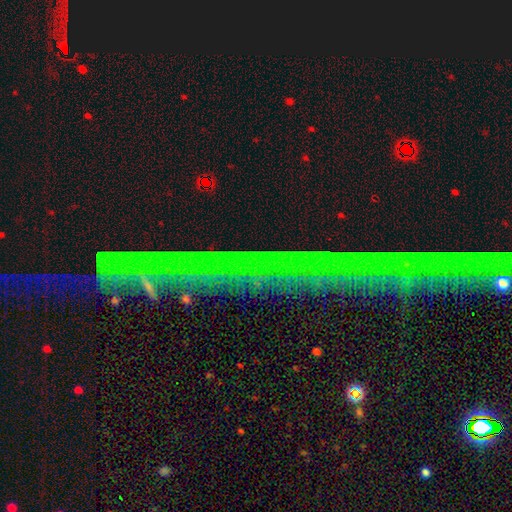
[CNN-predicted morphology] star or artifact 84%, featured or disk 10%, smooth 7%.